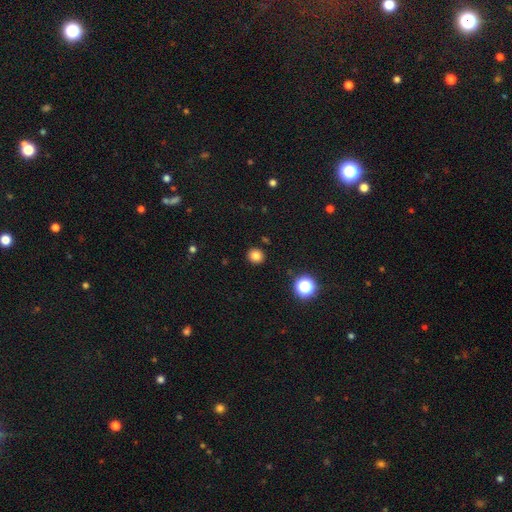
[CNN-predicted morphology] Smooth or featured?
  - smooth: 82% *
  - star or artifact: 13%
  - featured or disk: 5%
How rounded?
  - round: 88% *
  - in between: 12%
  - cigar-shaped: 1%
Merging?
  - none: 91% *
  - minor disturbance: 6%
  - major disturbance: 2%
  - merger: 2%